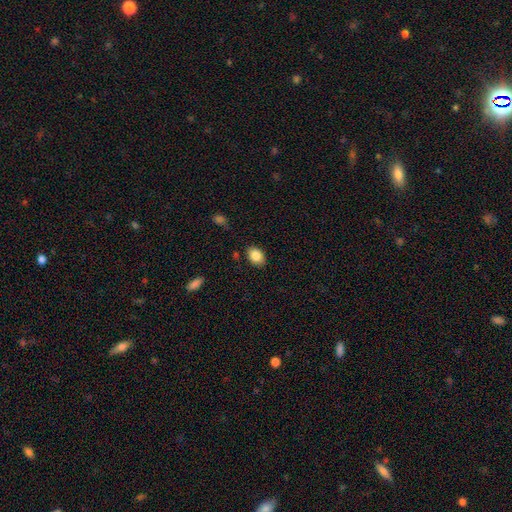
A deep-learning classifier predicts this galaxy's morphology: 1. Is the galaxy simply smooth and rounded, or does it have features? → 85% smooth, 8% star or artifact, 7% featured or disk.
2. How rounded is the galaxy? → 79% in between, 20% round, 1% cigar-shaped.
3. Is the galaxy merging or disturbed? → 85% none, 11% minor disturbance, 3% major disturbance, 2% merger.